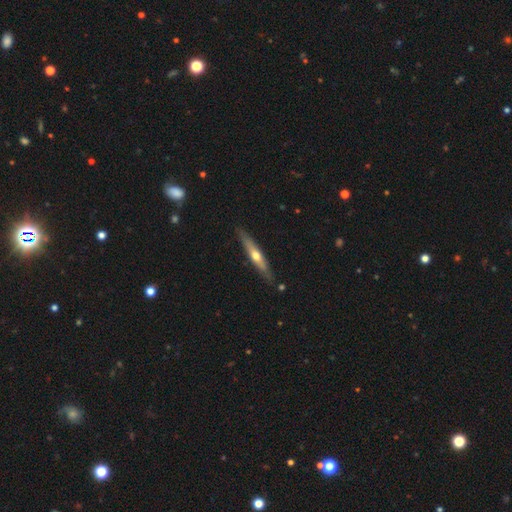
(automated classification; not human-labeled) Smooth or featured? featured or disk (57%)
Edge-on disk? yes (90%)
Edge-on bulge? rounded (86%)
Merging? none (85%)